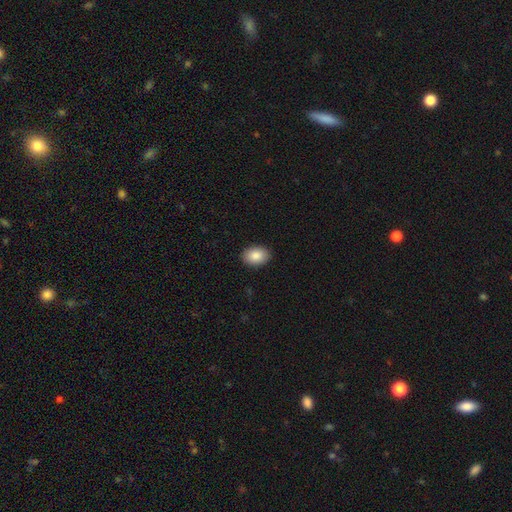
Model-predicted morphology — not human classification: Smooth or featured: smooth — 87% (star or artifact — 7%)
How rounded: in between — 81% (round — 18%)
Merging: none — 91% (minor disturbance — 7%)